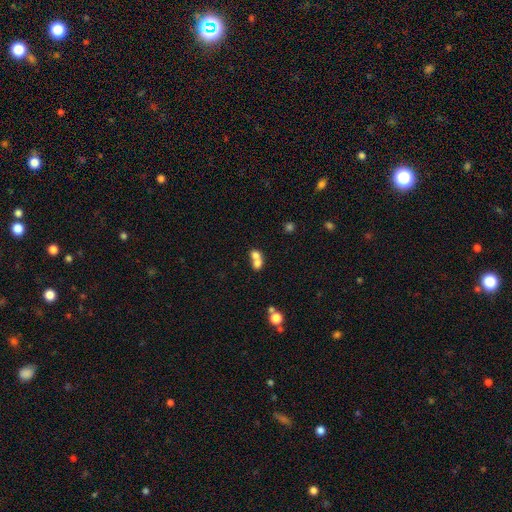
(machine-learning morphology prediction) smooth 71%, featured or disk 18%, star or artifact 11%. Down the decision tree: how rounded — round (53%); merging — merger (72%).